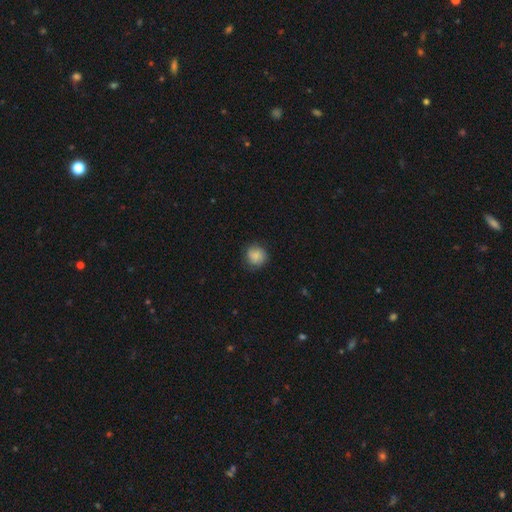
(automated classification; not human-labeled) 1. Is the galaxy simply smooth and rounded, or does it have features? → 83% smooth, 9% featured or disk, 8% star or artifact.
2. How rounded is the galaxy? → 88% round, 11% in between, 1% cigar-shaped.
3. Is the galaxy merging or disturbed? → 78% none, 17% minor disturbance, 4% major disturbance, 1% merger.